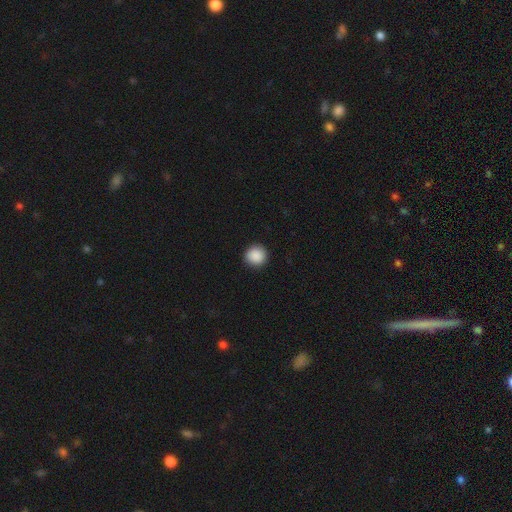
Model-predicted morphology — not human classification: smooth 90%, star or artifact 8%, featured or disk 2%. Down the decision tree: how rounded — round (94%); merging — none (92%).